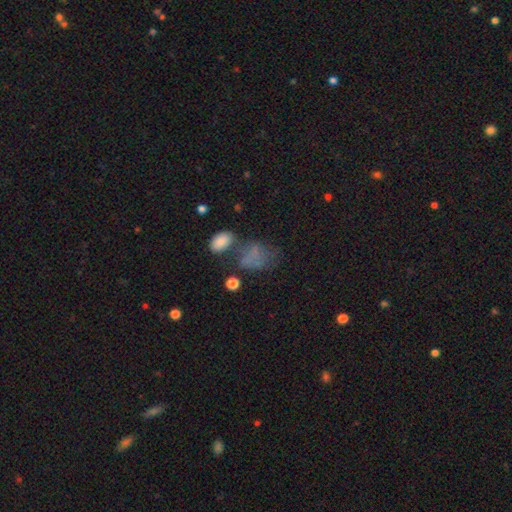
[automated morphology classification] This is possibly a smooth galaxy (59%). How rounded: likely in between (76%). Merging: marginally none (35%).